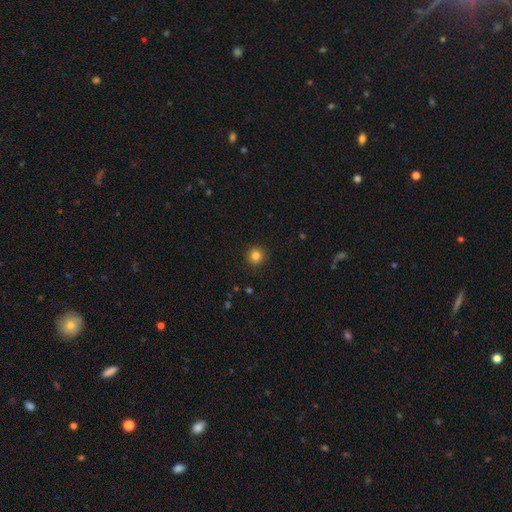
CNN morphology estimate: This is clearly a smooth galaxy (83%). How rounded: clearly round (94%). Merging: clearly none (91%).